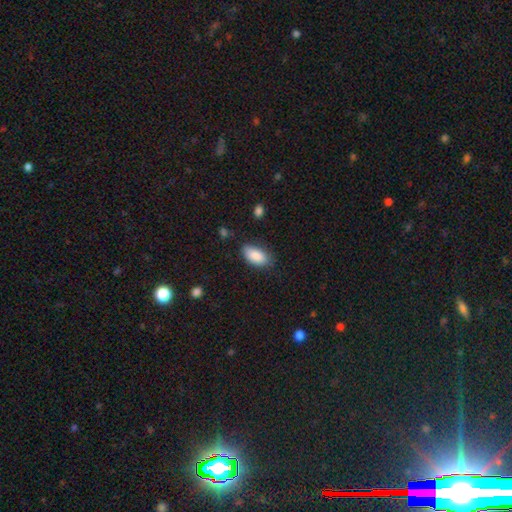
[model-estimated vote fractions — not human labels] The model was most divided on "merging": none: 75%, minor disturbance: 19%, major disturbance: 4%, merger: 2%. More confident: how rounded — in between (93%); smooth or featured — smooth (88%).